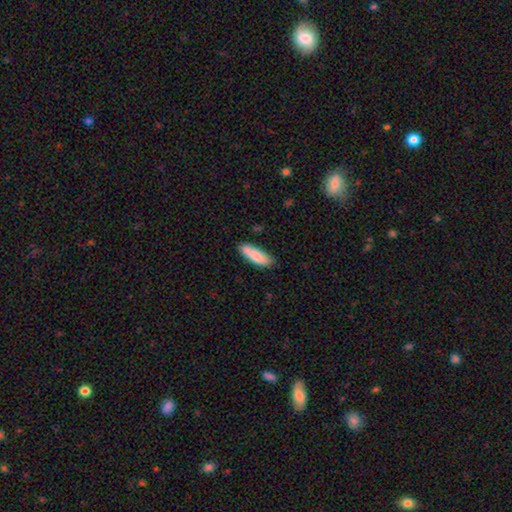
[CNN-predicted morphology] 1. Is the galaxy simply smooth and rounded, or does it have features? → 85% smooth, 9% featured or disk, 6% star or artifact.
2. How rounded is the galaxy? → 52% in between, 46% cigar-shaped, 2% round.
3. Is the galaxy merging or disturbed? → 78% none, 18% minor disturbance, 3% major disturbance, 2% merger.